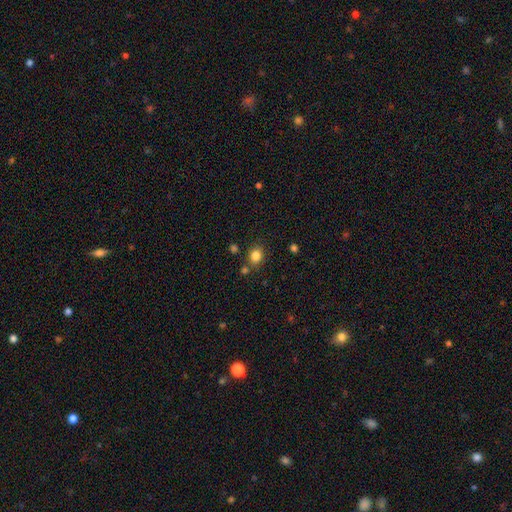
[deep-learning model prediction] smooth 83%, star or artifact 12%, featured or disk 5%. Down the decision tree: how rounded — round (63%); merging — none (78%).